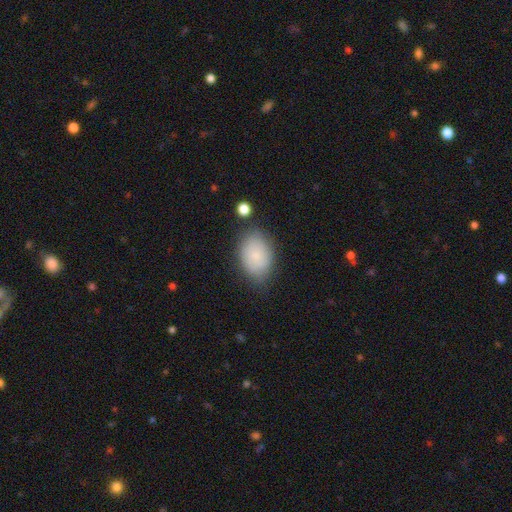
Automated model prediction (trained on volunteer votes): The model was most divided on "merging": none: 73%, minor disturbance: 19%, major disturbance: 5%, merger: 3%. More confident: how rounded — in between (84%); smooth or featured — smooth (80%).